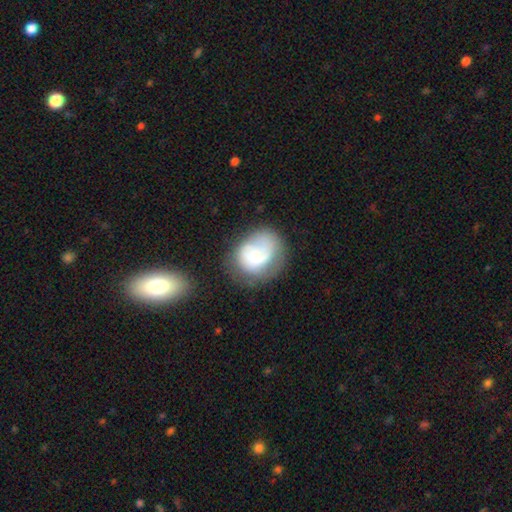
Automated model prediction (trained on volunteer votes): A smooth galaxy with no disk features (52%) that is round (55%). Merging: none (43%).